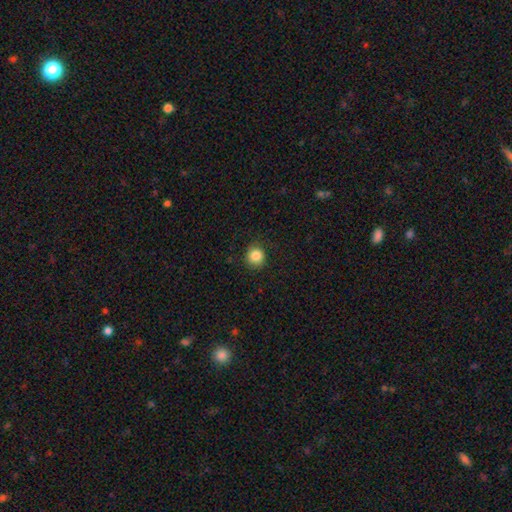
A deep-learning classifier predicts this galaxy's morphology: Overall: smooth (85%). How rounded: round (91%). Merging: none (86%).